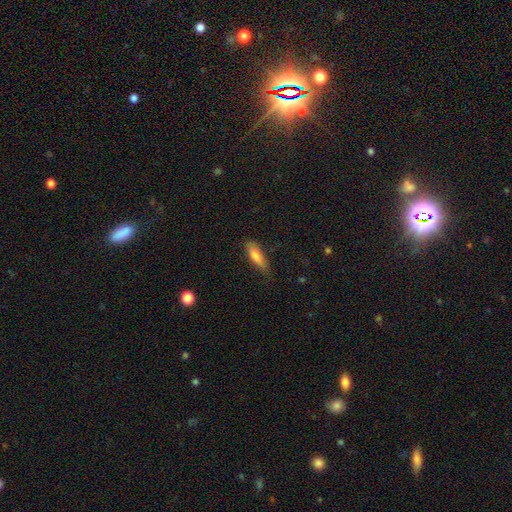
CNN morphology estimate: smooth-or-featured: smooth: 77% | featured or disk: 16% | star or artifact: 7%
  how-rounded: cigar-shaped: 51% | in between: 47% | round: 2%
  merging: none: 71% | minor disturbance: 23% | major disturbance: 5% | merger: 1%